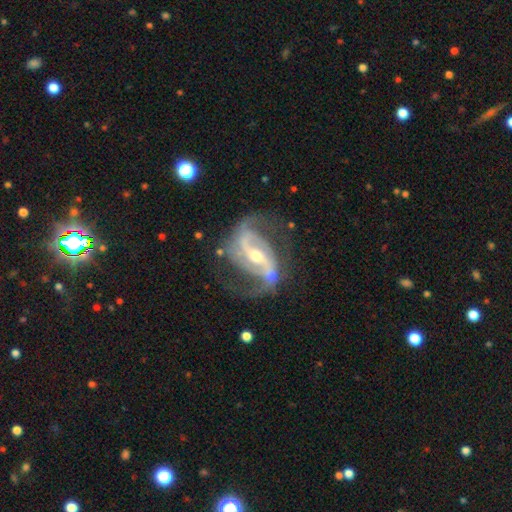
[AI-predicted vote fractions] Smooth or featured? Predicted: featured or disk (p=0.91). Edge-on disk? Predicted: no (p=0.96). Bar? Predicted: strong (p=0.57). Spiral arms? Predicted: yes (p=0.97). Spiral winding? Predicted: medium (p=0.47). Spiral arm count? Predicted: 2 (p=0.87). Bulge size? Predicted: moderate (p=0.55). Merging? Predicted: none (p=0.66).